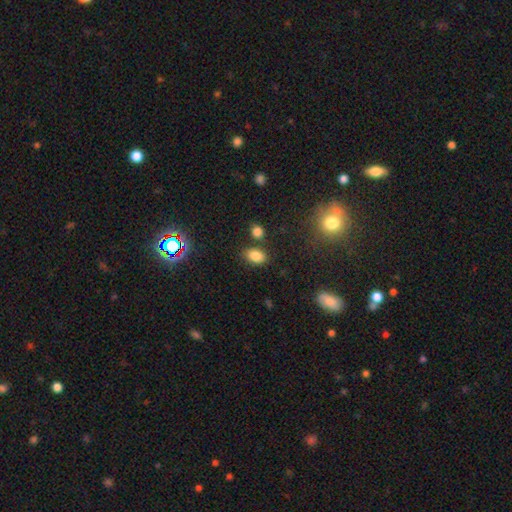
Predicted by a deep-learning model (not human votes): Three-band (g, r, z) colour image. It shows a smooth galaxy with no disk features (84%) that is in between round and cigar-shaped (86%). Merging: none (75%).